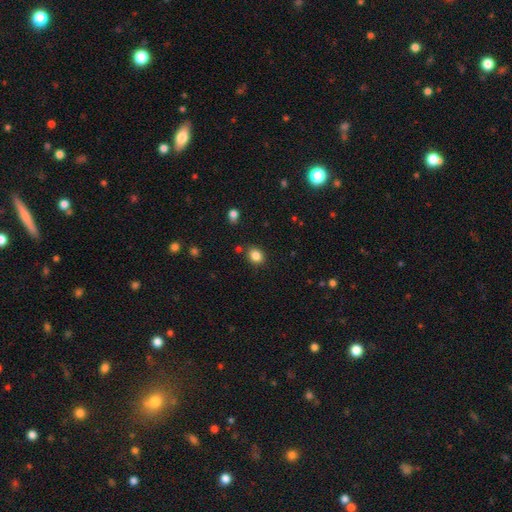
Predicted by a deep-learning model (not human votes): smooth-or-featured: smooth: 84% | star or artifact: 11% | featured or disk: 5%
  how-rounded: round: 55% | in between: 44% | cigar-shaped: 1%
  merging: none: 81% | minor disturbance: 12% | merger: 4% | major disturbance: 3%